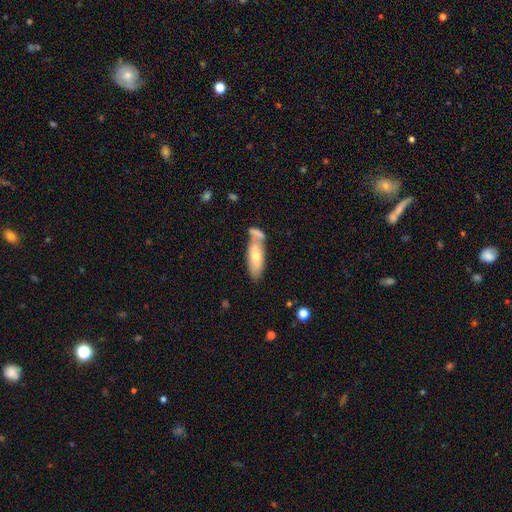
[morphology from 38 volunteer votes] smooth 63%, featured or disk 32%, star or artifact 5%. Down the decision tree: how rounded — in between (58%); merging — merger (36%).